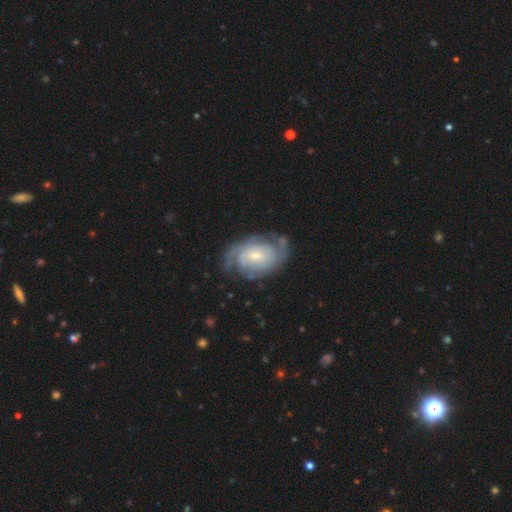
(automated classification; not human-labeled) featured or disk 84%, smooth 11%, star or artifact 5%. Down the decision tree: edge-on disk — no (97%); bar — no (62%); spiral arms — yes (95%); spiral arm count — 2 (44%); spiral winding — tight (57%); bulge size — small (69%); merging — none (69%).